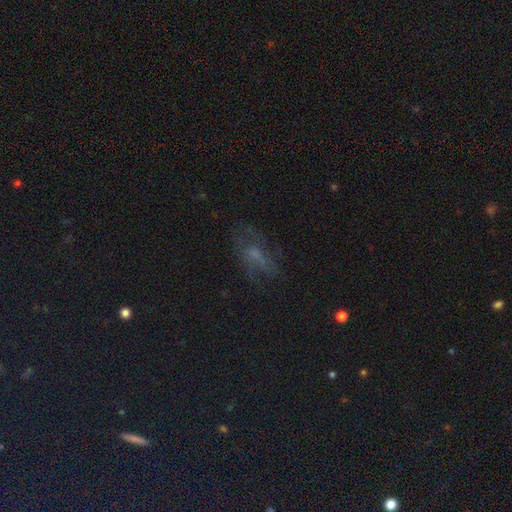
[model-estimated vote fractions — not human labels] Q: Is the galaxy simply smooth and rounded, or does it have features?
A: featured or disk — 43%.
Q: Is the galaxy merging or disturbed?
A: none — 53%.